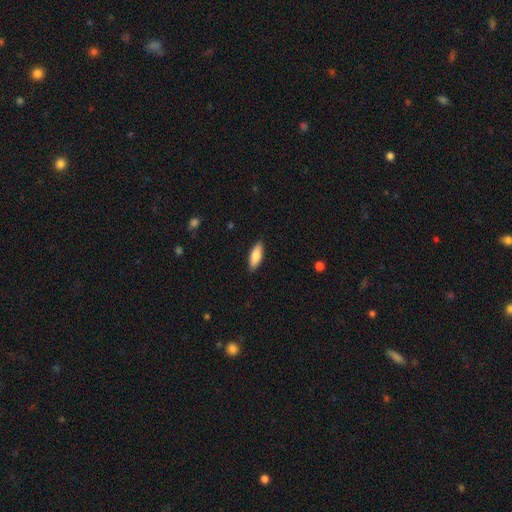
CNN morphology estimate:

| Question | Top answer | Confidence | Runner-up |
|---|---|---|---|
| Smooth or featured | smooth | 84% | featured or disk (10%) |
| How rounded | in between | 69% | cigar-shaped (29%) |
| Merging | none | 89% | minor disturbance (8%) |